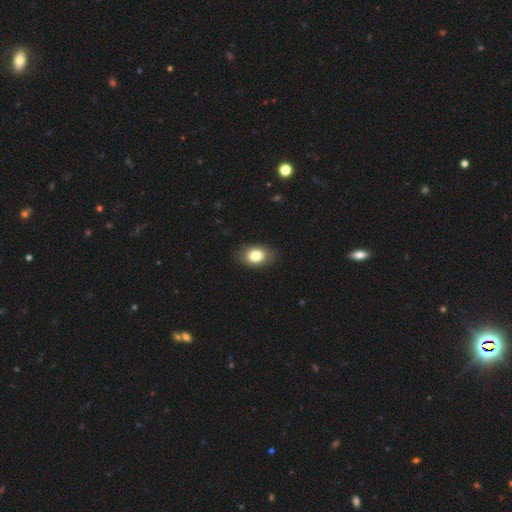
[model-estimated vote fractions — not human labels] Smooth or featured? smooth (82%)
How rounded? in between (77%)
Merging? none (85%)